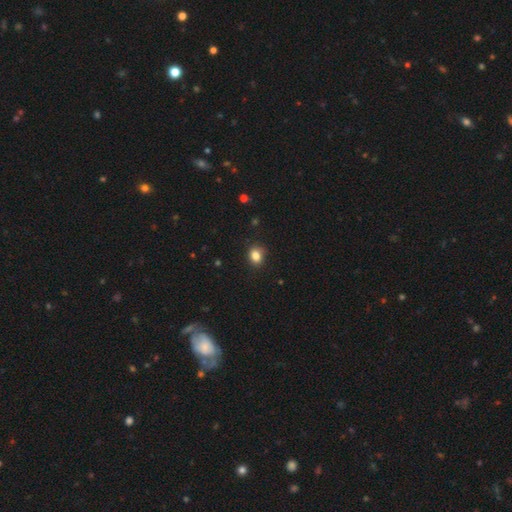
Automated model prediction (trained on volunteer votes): A smooth galaxy with no disk features (84%) that is round (55%).

Vote fractions:
- Smooth or featured? smooth: 84% / star or artifact: 11% / featured or disk: 5%
- How rounded? round: 55% / in between: 44% / cigar-shaped: 1%
- Merging? none: 82% / minor disturbance: 14% / major disturbance: 3% / merger: 1%